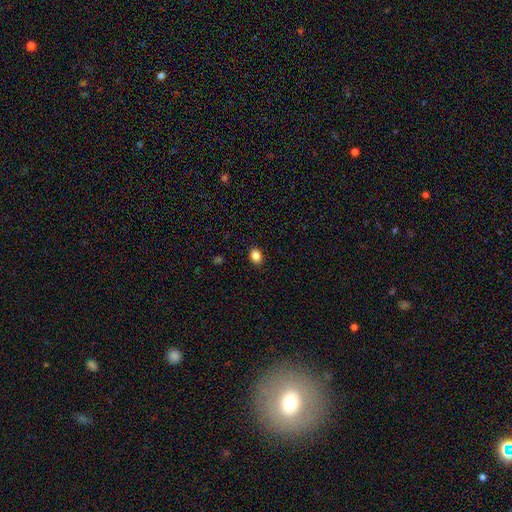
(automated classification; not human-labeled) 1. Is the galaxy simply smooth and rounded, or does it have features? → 85% smooth, 10% star or artifact, 5% featured or disk.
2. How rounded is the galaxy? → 61% in between, 38% round, 1% cigar-shaped.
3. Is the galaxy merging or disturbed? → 90% none, 7% minor disturbance, 2% major disturbance, 1% merger.